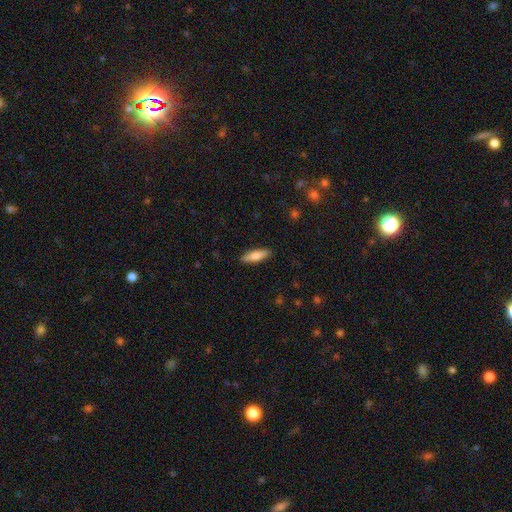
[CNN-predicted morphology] A smooth galaxy with no disk features (73%) that is cigar-shaped (56%).

Vote fractions:
- Smooth or featured? smooth: 73% / featured or disk: 21% / star or artifact: 6%
- How rounded? cigar-shaped: 56% / in between: 42% / round: 2%
- Merging? none: 89% / minor disturbance: 8% / major disturbance: 2% / merger: 1%